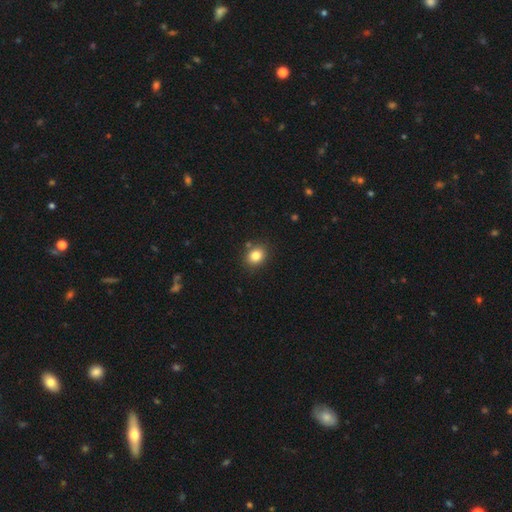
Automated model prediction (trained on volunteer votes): smooth-or-featured: smooth: 83% | star or artifact: 11% | featured or disk: 6%
  how-rounded: round: 61% | in between: 38% | cigar-shaped: 1%
  merging: none: 84% | minor disturbance: 10% | merger: 4% | major disturbance: 3%